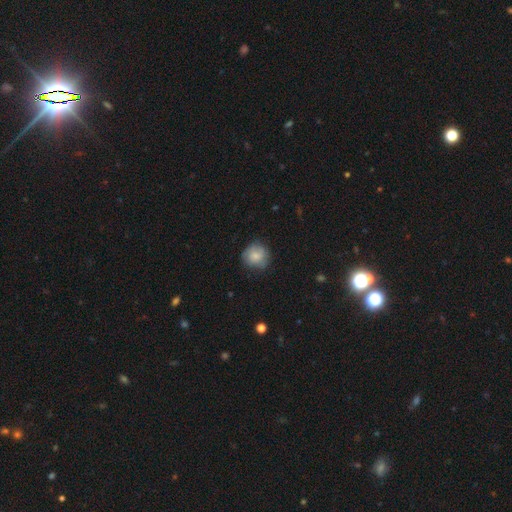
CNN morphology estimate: type=smooth (75%); roundness=round (87%); merging=none (73%).